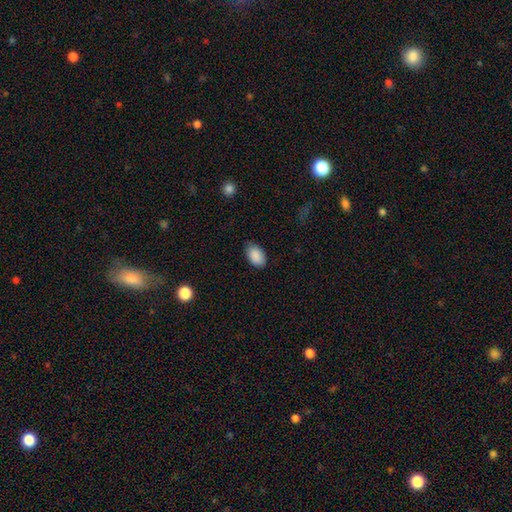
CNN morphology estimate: A smooth galaxy with no disk features (90%) that is in between round and cigar-shaped (92%). Merging: none (78%).